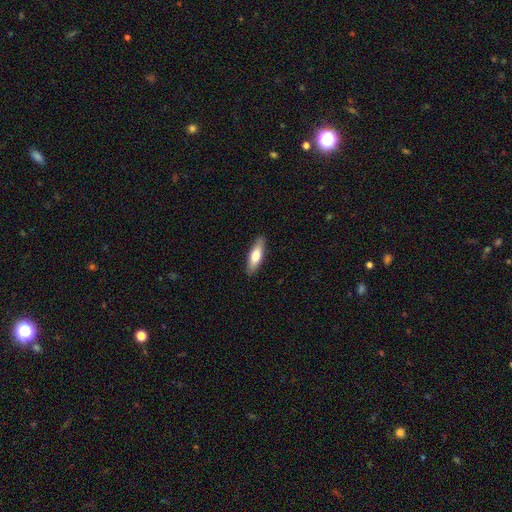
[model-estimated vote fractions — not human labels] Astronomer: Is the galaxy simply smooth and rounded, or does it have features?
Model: smooth — 66%.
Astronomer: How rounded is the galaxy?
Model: cigar-shaped — 52% (runner-up: in between, 46%).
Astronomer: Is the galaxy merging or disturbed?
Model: none — 89%.